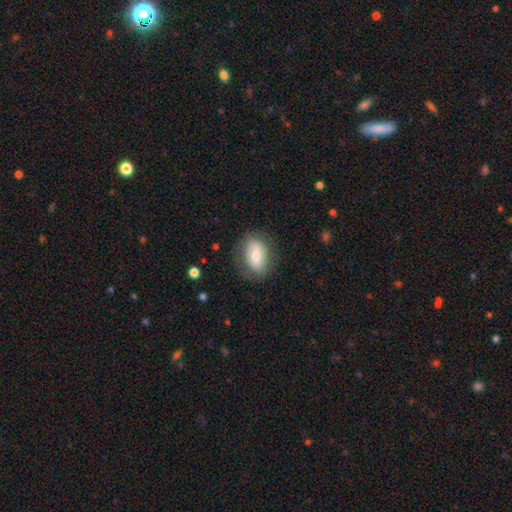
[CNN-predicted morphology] smooth 58%, featured or disk 35%, star or artifact 7%. Down the decision tree: how rounded — in between (82%); merging — none (76%).